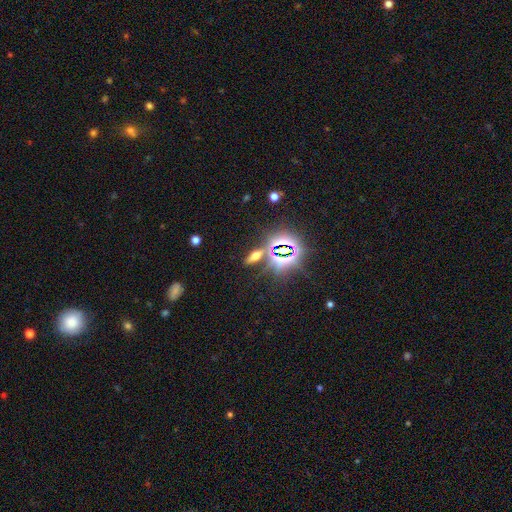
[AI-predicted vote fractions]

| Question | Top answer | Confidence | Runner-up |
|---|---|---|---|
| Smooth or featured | star or artifact | 41% | smooth (36%) |